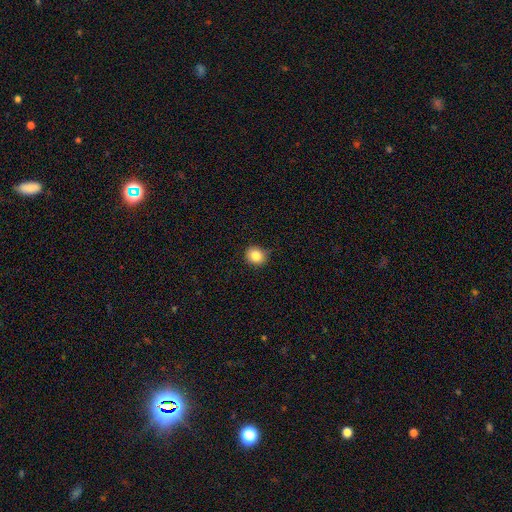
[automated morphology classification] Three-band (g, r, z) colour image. It shows a smooth galaxy with no disk features (84%) that is round (82%). Merging: none (85%).